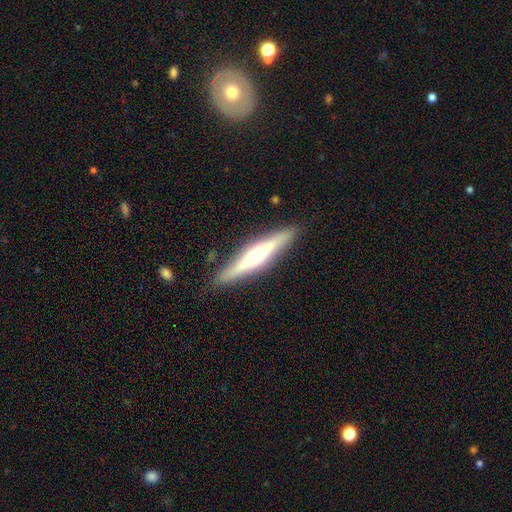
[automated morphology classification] smooth-or-featured: featured or disk: 63% | smooth: 31% | star or artifact: 6%
  disk-edge-on: yes: 95% | no: 5%
    edge-on-bulge: rounded: 88% | none: 7% | boxy: 6%
  merging: none: 87% | minor disturbance: 9% | major disturbance: 2% | merger: 2%